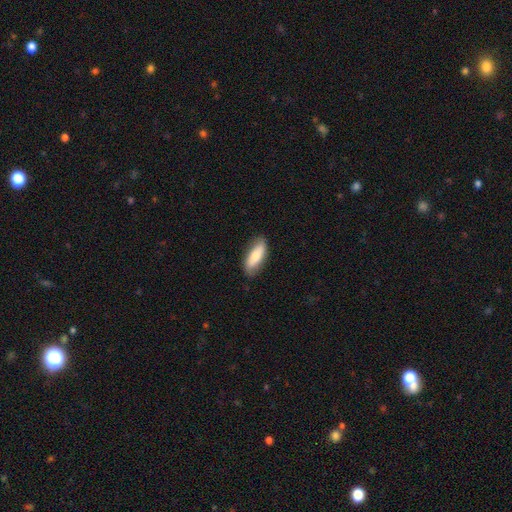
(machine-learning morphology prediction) This appears to be a smooth galaxy with no disk features (72%) that is in between round and cigar-shaped (70%). Merging: none (80%).